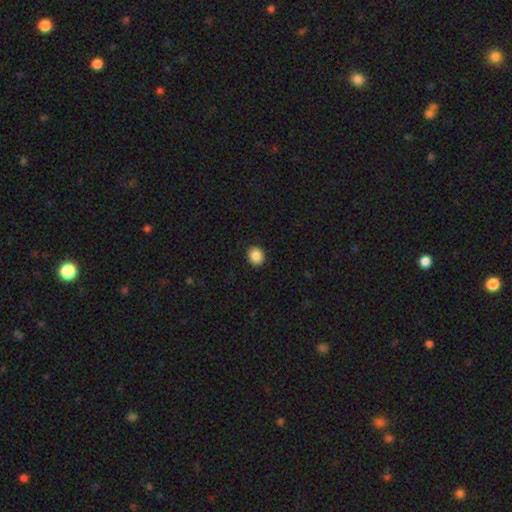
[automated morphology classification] smooth-or-featured: smooth: 87% | star or artifact: 9% | featured or disk: 4%
  how-rounded: round: 70% | in between: 29% | cigar-shaped: 1%
  merging: none: 91% | minor disturbance: 6% | major disturbance: 2% | merger: 1%